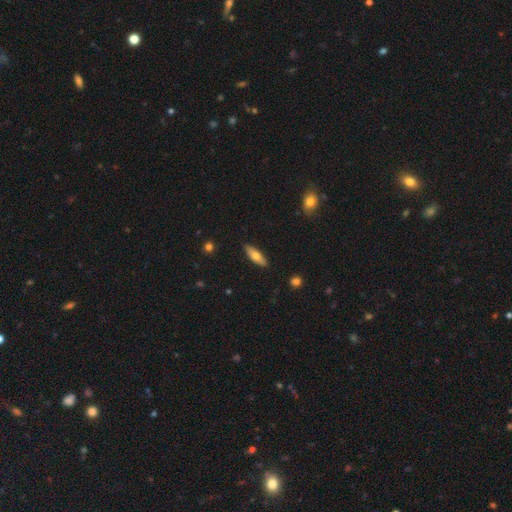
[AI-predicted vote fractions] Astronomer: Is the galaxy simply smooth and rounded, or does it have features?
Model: smooth — 64%.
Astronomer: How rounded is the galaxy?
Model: in between — 51% (runner-up: cigar-shaped, 46%).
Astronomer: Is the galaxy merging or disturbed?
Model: none — 88%.